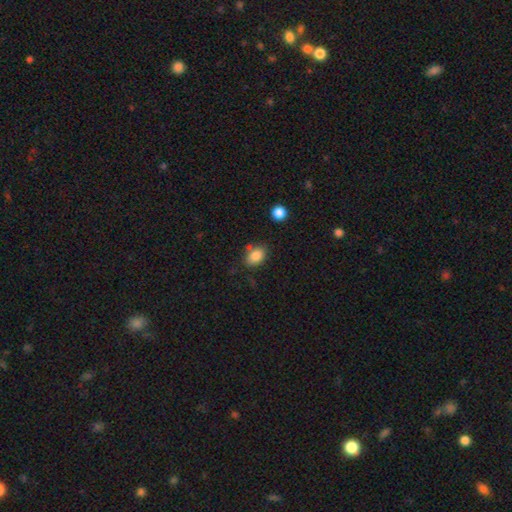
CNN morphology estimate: Smooth or featured?
  - smooth: 85% *
  - star or artifact: 9%
  - featured or disk: 6%
How rounded?
  - in between: 76% *
  - round: 22%
  - cigar-shaped: 1%
Merging?
  - none: 69% *
  - minor disturbance: 18%
  - merger: 8%
  - major disturbance: 5%